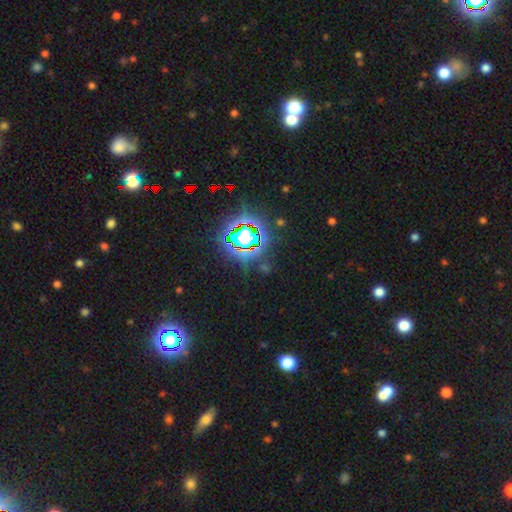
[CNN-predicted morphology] This appears to be a star or artifact, not a galaxy (82%).